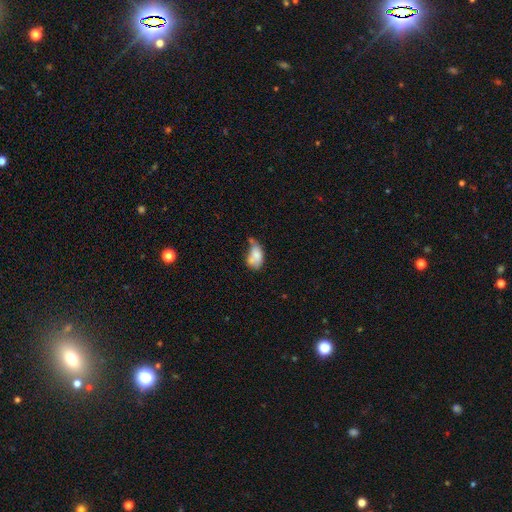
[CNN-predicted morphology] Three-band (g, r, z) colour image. It shows a smooth galaxy with no disk features (71%) that is in between round and cigar-shaped (88%). Merging: merger (29%, tied with minor disturbance).